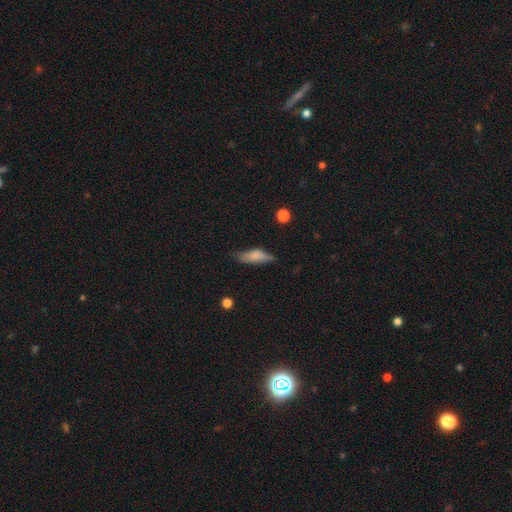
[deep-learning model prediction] This appears to be a smooth galaxy with no disk features (73%) that is in between round and cigar-shaped (54%). Merging: none (65%).